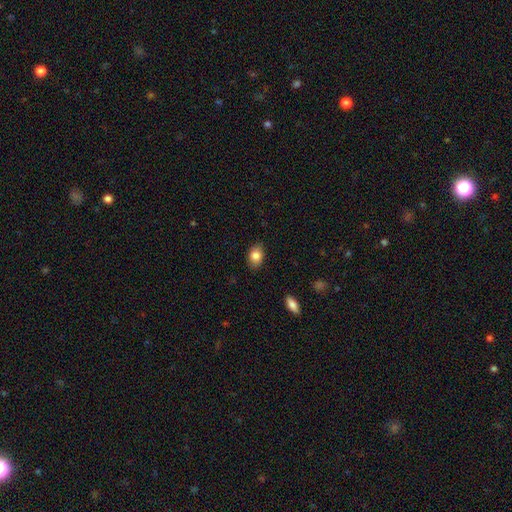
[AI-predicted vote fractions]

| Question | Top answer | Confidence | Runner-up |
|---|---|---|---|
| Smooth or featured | smooth | 83% | featured or disk (9%) |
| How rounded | in between | 84% | round (15%) |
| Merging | none | 87% | minor disturbance (10%) |